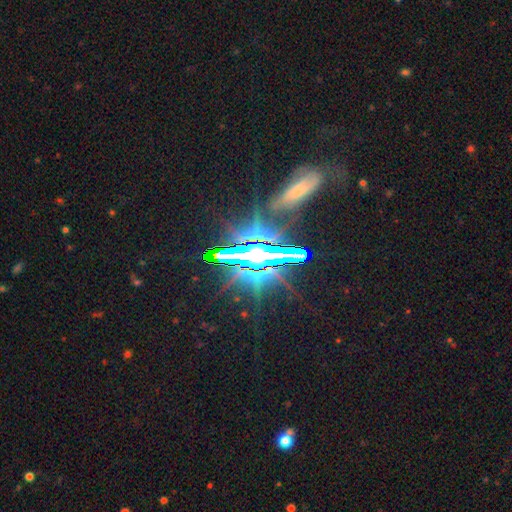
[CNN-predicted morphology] Smooth or featured? star or artifact (79%)